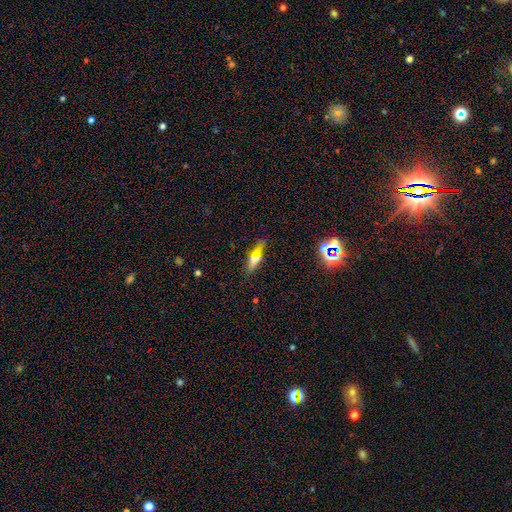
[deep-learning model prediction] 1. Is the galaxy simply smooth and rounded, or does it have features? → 47% featured or disk, 43% smooth, 10% star or artifact.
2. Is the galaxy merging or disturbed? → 81% none, 13% minor disturbance, 3% major disturbance, 2% merger.